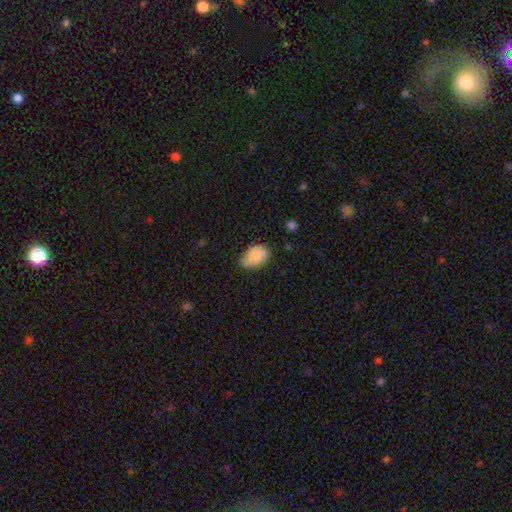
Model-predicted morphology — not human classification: type=smooth (80%); roundness=in between (86%); merging=none (51%).